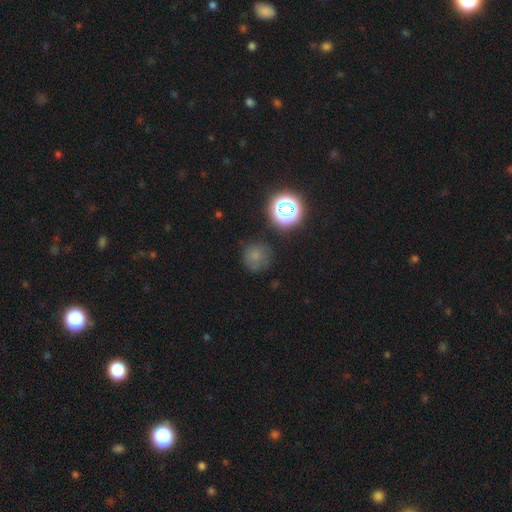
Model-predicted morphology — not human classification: Smooth or featured? smooth (66%)
How rounded? round (91%)
Merging? none (74%)